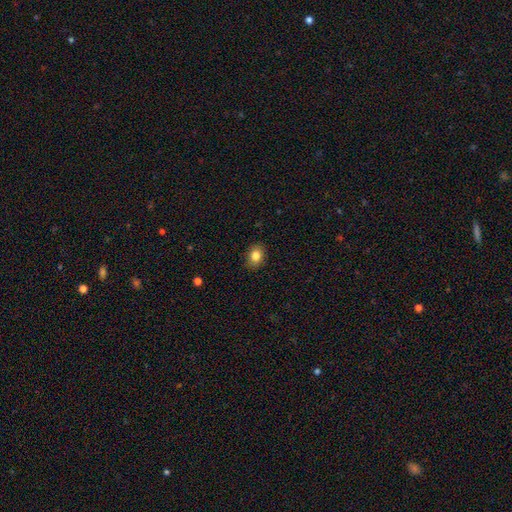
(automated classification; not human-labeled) smooth 83%, star or artifact 9%, featured or disk 8%. Down the decision tree: how rounded — in between (58%); merging — none (87%).